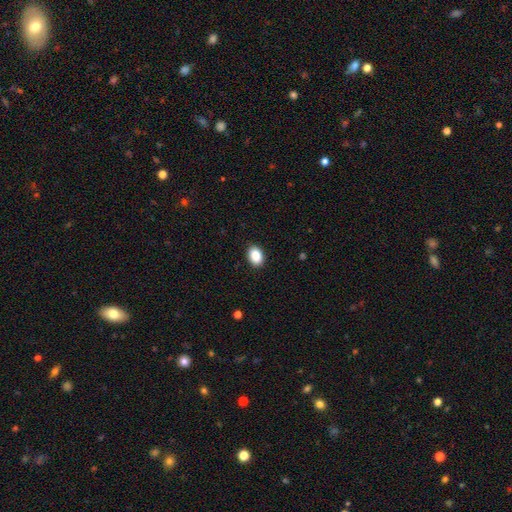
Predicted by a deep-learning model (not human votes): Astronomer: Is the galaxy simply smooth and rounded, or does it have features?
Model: smooth — 89%.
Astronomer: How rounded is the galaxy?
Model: in between — 82%.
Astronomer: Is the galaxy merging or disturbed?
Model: none — 89%.